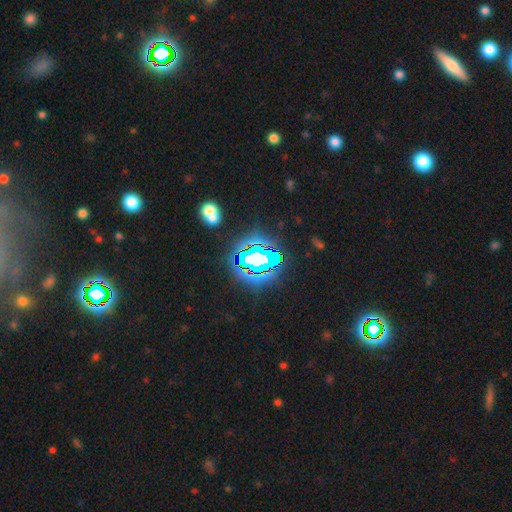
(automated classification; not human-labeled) Smooth or featured: star or artifact — 68% (featured or disk — 16%)